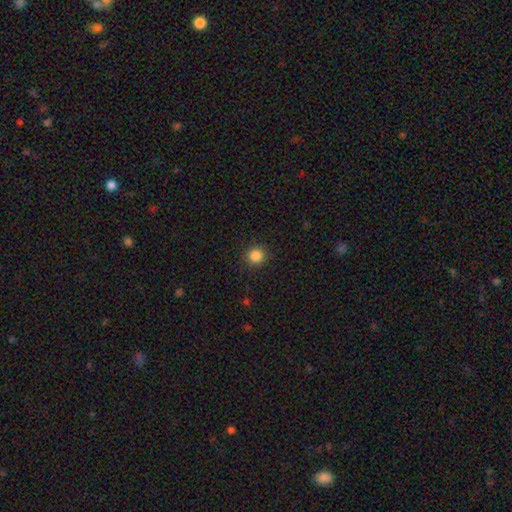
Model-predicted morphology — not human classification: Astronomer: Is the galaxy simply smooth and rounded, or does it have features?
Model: smooth — 86%.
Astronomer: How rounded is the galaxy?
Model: round — 94%.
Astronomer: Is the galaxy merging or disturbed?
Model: none — 90%.